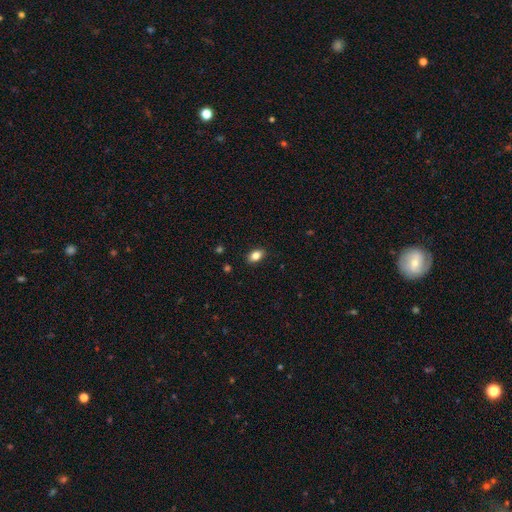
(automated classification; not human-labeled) This is clearly a smooth galaxy (83%). How rounded: clearly in between (86%). Merging: clearly none (88%).